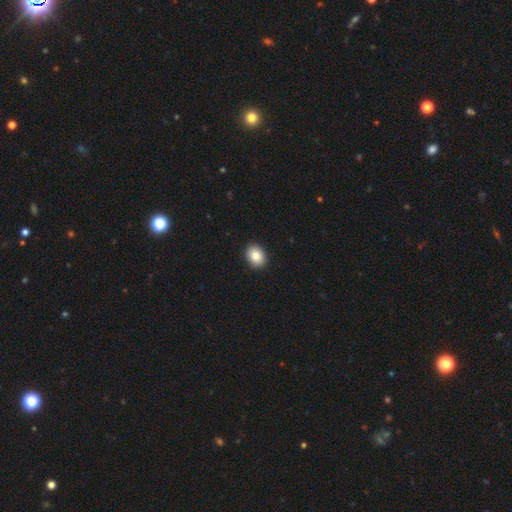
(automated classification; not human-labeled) This is clearly a smooth galaxy (86%). How rounded: likely in between (63%). Merging: clearly none (92%).